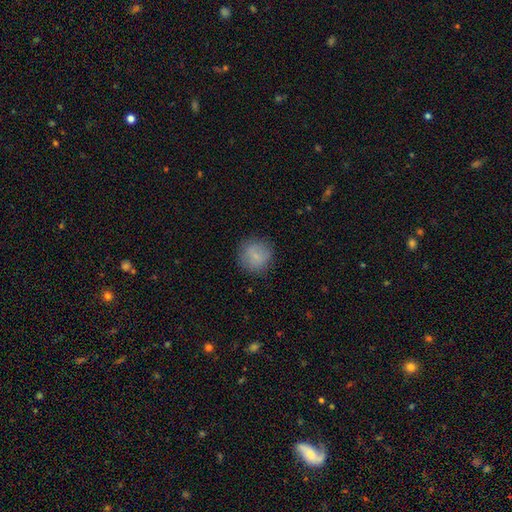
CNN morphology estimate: type=smooth (77%); roundness=round (91%); merging=none (84%).